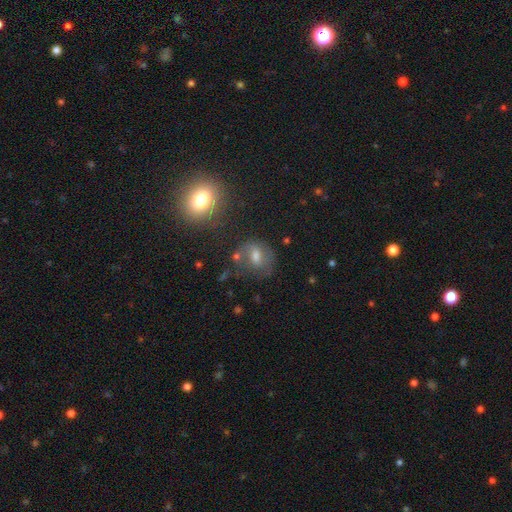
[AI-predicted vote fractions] smooth-or-featured: smooth: 54% | featured or disk: 29% | star or artifact: 18%
  how-rounded: in between: 49% (tied) | round: 49% (tied) | cigar-shaped: 2%
  merging: none: 57% | minor disturbance: 21% | major disturbance: 13% | merger: 9%